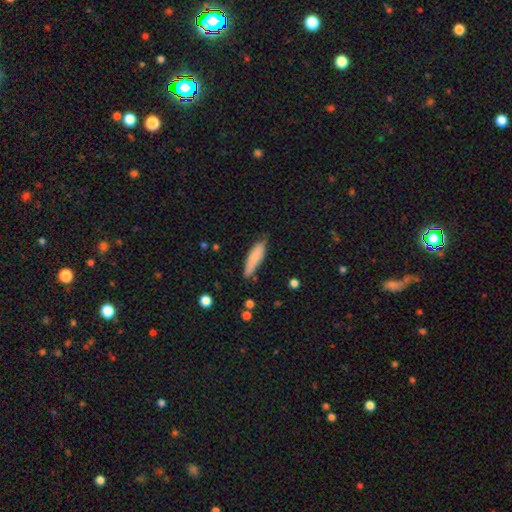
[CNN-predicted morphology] A smooth galaxy with no disk features (80%) that is cigar-shaped (60%). Merging: none (66%).